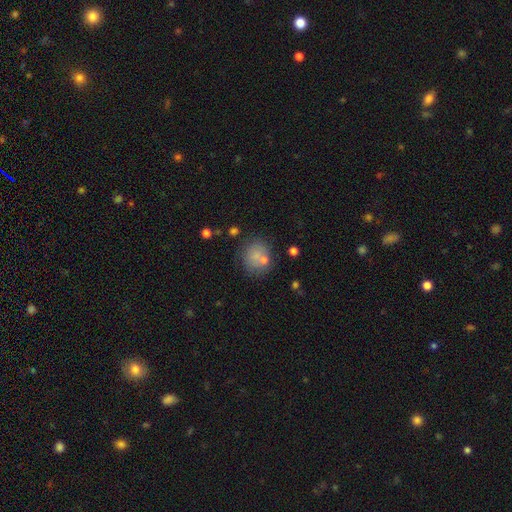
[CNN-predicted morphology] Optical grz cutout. It shows a smooth galaxy with no disk features (72%) that is round (79%). Merging: none (62%).